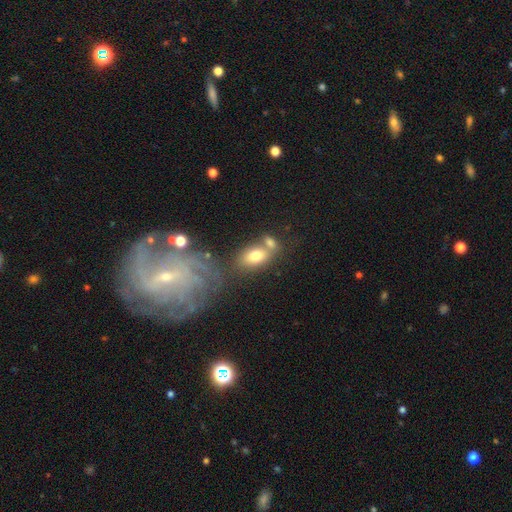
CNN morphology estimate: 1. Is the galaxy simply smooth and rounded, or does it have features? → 72% smooth, 19% featured or disk, 8% star or artifact.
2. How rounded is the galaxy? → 87% in between, 9% round, 4% cigar-shaped.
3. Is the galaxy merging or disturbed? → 46% none, 32% merger, 15% minor disturbance, 7% major disturbance.